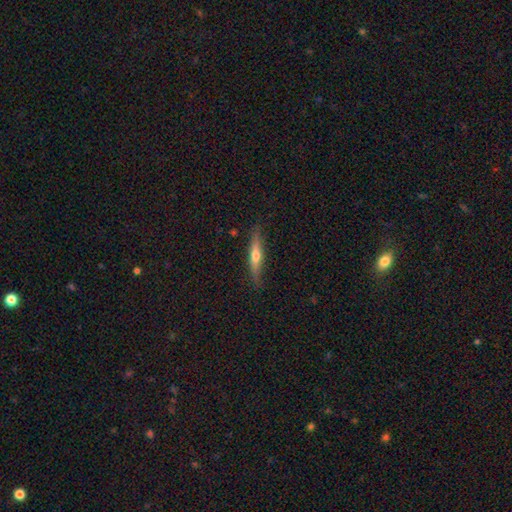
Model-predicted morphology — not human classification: The model was most divided on "smooth or featured": featured or disk: 53%, smooth: 41%, star or artifact: 6%. More confident: edge-on disk — yes (94%); merging — none (86%).